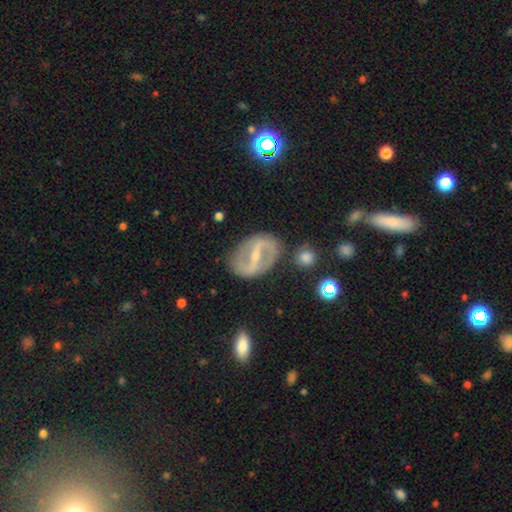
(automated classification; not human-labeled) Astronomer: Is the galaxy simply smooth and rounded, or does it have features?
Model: featured or disk — 80%.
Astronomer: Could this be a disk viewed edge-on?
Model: no — 93%.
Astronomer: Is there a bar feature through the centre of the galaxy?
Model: strong — 71%.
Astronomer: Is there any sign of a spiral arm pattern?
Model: yes — 68%.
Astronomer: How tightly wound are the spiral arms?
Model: medium — 41% (runner-up: loose, 34%).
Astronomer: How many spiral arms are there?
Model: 2 — 85%.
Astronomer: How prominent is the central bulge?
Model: small — 60%.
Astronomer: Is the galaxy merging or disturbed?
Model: none — 79%.